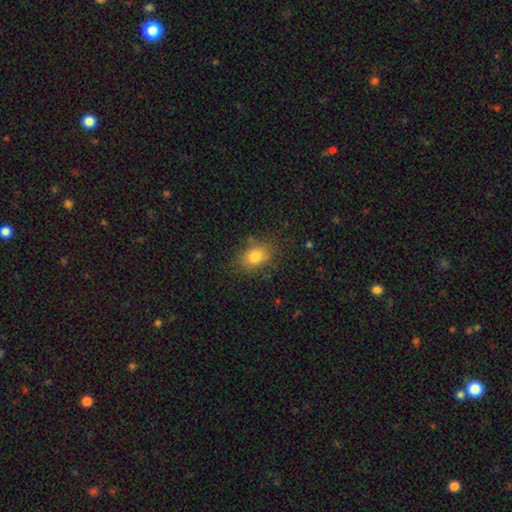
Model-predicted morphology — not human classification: smooth 81%, star or artifact 10%, featured or disk 9%. Down the decision tree: how rounded — in between (73%); merging — none (77%).